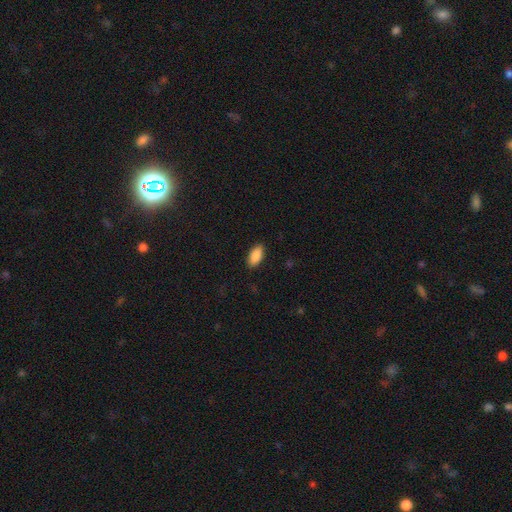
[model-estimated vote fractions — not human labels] Smooth or featured? smooth (89%)
How rounded? in between (92%)
Merging? none (88%)